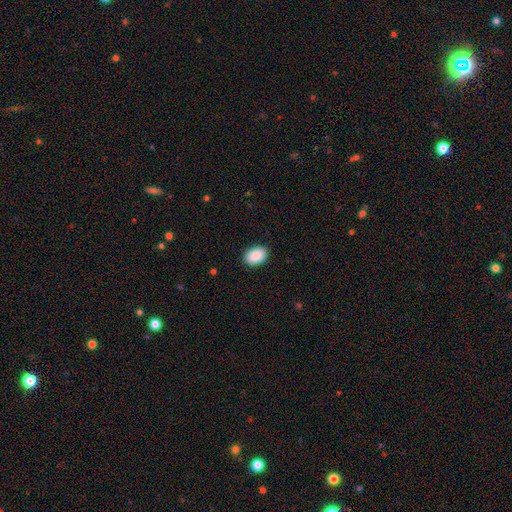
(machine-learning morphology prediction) Smooth or featured? Predicted: smooth (p=0.90). How rounded? Predicted: in between (p=0.85). Merging? Predicted: none (p=0.89).